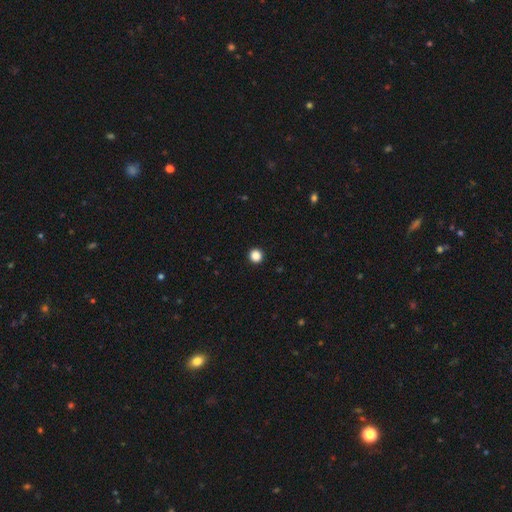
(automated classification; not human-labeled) A smooth galaxy with no disk features (86%) that is round (96%).

Vote fractions:
- Smooth or featured? smooth: 86% / star or artifact: 11% / featured or disk: 2%
- How rounded? round: 96% / in between: 3% / cigar-shaped: 1%
- Merging? none: 94% / minor disturbance: 3% / major disturbance: 1% / merger: 1%